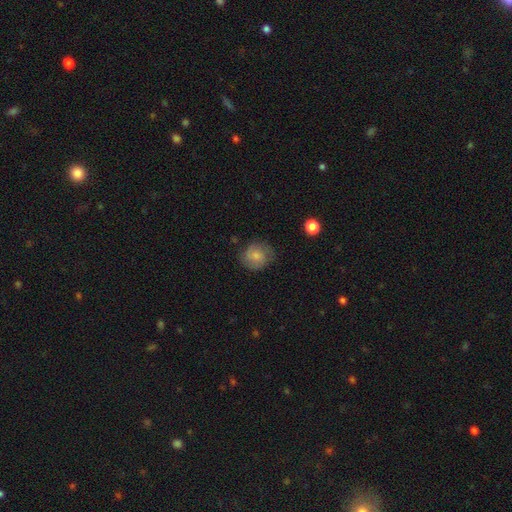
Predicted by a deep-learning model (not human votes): Smooth or featured? smooth (71%)
How rounded? round (80%)
Merging? none (69%)